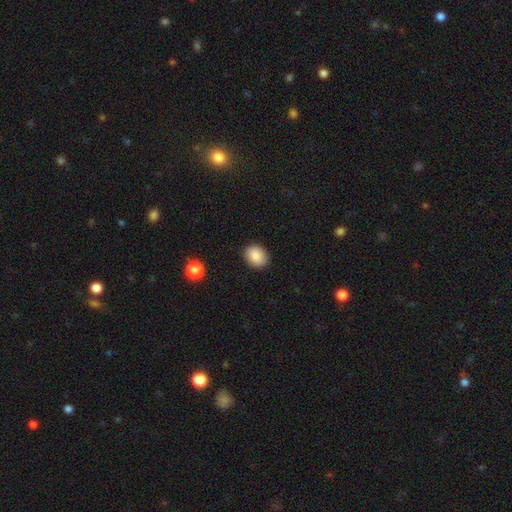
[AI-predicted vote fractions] smooth_or_featured: smooth (p=0.88) [alt: star or artifact p=0.08]
how_rounded: in between (p=0.57) [alt: round p=0.42]
merging: none (p=0.88) [alt: minor disturbance p=0.09]